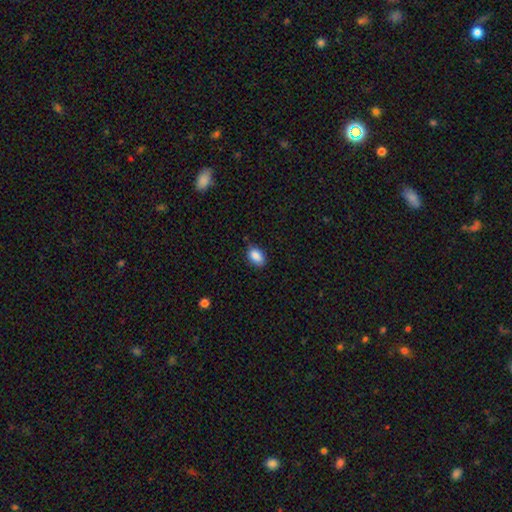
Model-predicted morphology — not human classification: type=smooth (88%); roundness=in between (88%); merging=none (80%).